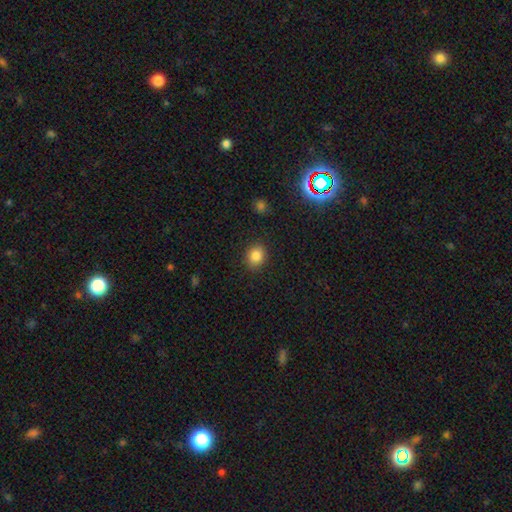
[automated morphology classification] smooth-or-featured: smooth: 84% | star or artifact: 11% | featured or disk: 5%
  how-rounded: round: 69% | in between: 31% | cigar-shaped: 1%
  merging: none: 89% | minor disturbance: 8% | major disturbance: 2% | merger: 1%